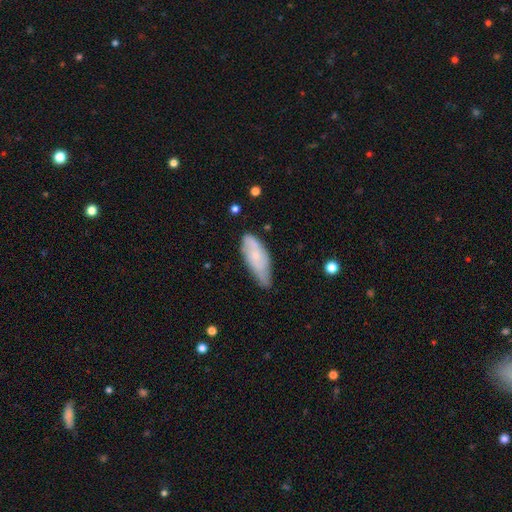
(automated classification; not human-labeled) This appears to be a featured or disk galaxy (47%, tied with smooth). Merging: none (52%).